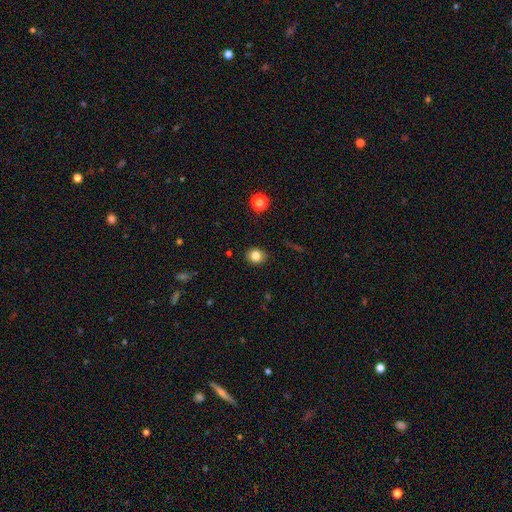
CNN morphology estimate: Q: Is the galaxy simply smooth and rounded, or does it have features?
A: smooth — 81%.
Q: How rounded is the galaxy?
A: round — 66%.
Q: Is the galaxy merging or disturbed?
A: none — 88%.